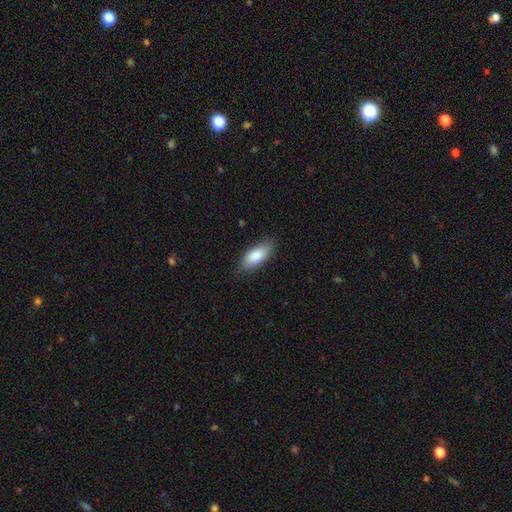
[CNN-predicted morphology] This appears to be a smooth galaxy with no disk features (82%) that is in between round and cigar-shaped (83%). Merging: none (84%).